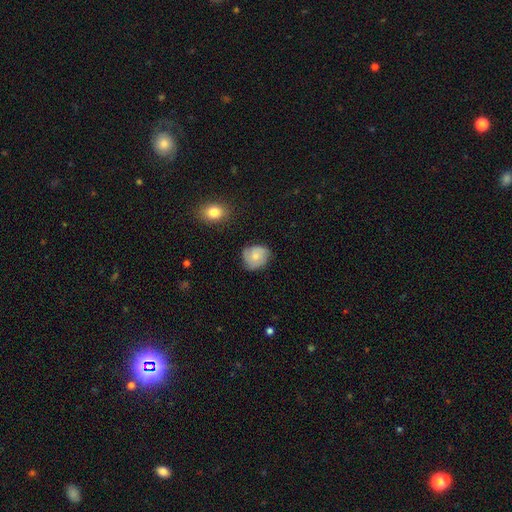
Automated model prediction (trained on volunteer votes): smooth-or-featured: smooth: 64% | featured or disk: 28% | star or artifact: 8%
  how-rounded: round: 75% | in between: 24% | cigar-shaped: 1%
  merging: none: 66% | minor disturbance: 26% | major disturbance: 6% | merger: 2%